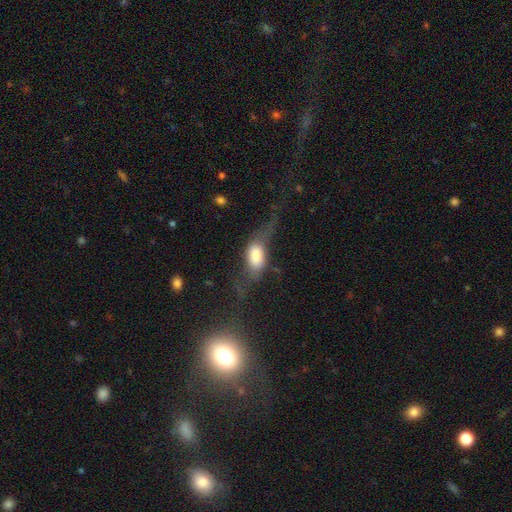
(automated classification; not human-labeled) Smooth or featured?
  - smooth: 62% *
  - featured or disk: 30%
  - star or artifact: 8%
How rounded?
  - in between: 82% *
  - cigar-shaped: 12%
  - round: 6%
Merging?
  - major disturbance: 42% *
  - none: 31%
  - minor disturbance: 23%
  - merger: 5%